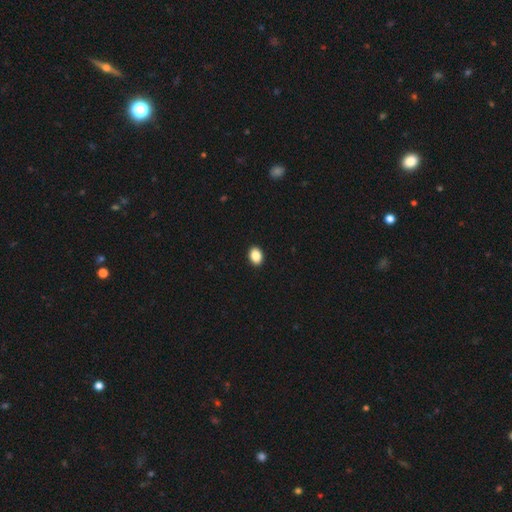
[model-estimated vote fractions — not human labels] The model was most divided on "how rounded": in between: 73%, round: 26%, cigar-shaped: 1%. More confident: merging — none (92%); smooth or featured — smooth (88%).